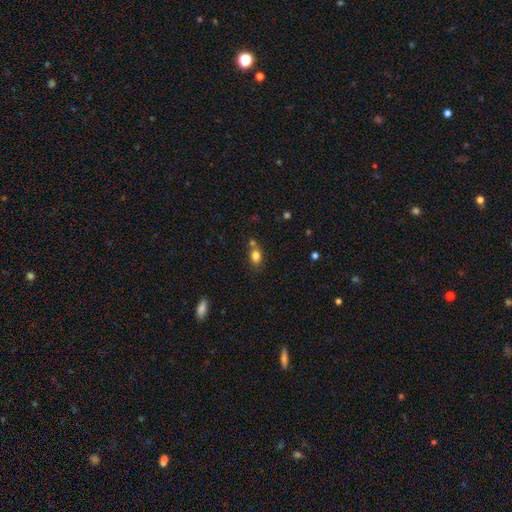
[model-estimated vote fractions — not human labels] Q: Smooth or featured?
A: smooth (81%); runner-up: star or artifact (11%)
Q: How rounded?
A: in between (72%); runner-up: round (26%)
Q: Merging?
A: none (60%); runner-up: merger (21%)